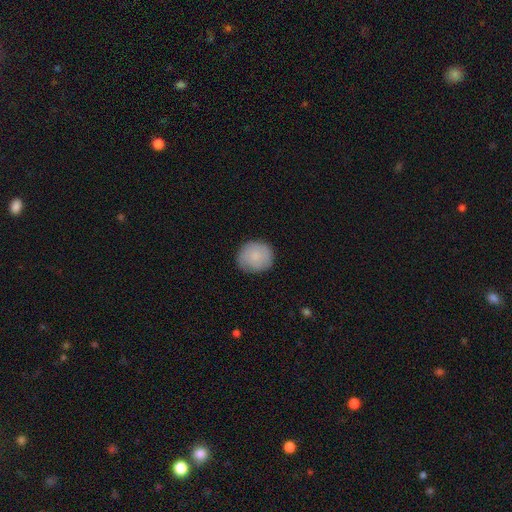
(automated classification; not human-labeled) Morphology: type=smooth (83%); roundness=round (82%); merging=none (84%).